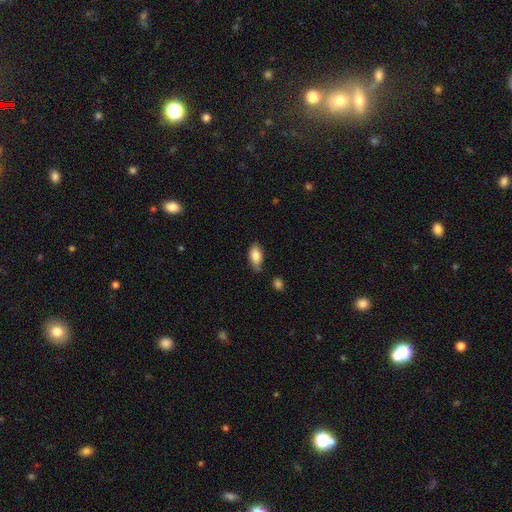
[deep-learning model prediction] A smooth galaxy with no disk features (82%) that is in between round and cigar-shaped (90%).

Vote fractions:
- Smooth or featured? smooth: 82% / featured or disk: 11% / star or artifact: 7%
- How rounded? in between: 90% / cigar-shaped: 7% / round: 3%
- Merging? none: 69% / minor disturbance: 23% / major disturbance: 4% / merger: 3%